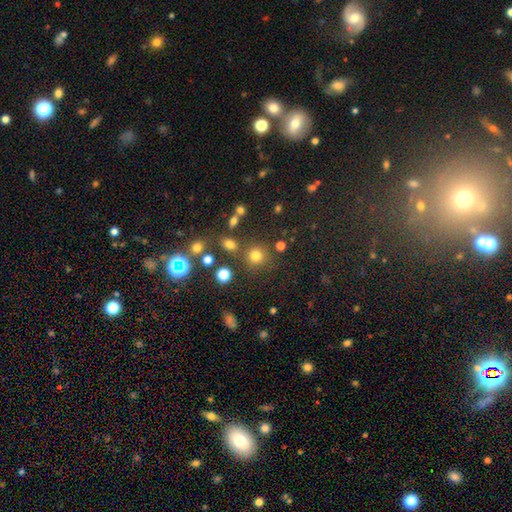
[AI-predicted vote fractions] The model was most divided on "smooth or featured": smooth: 73%, star or artifact: 21%, featured or disk: 7%. More confident: how rounded — round (90%); merging — none (76%).